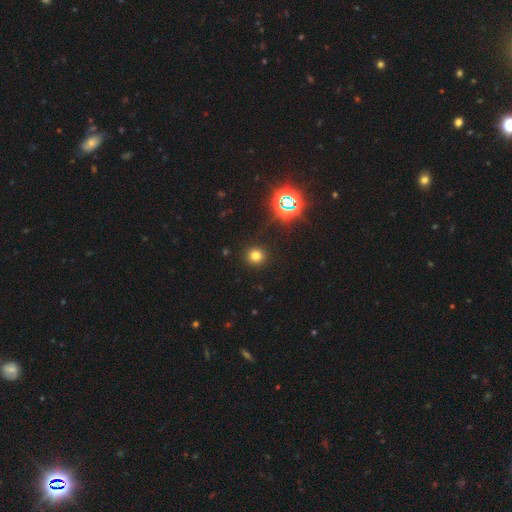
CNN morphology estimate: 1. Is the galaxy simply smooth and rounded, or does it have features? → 74% smooth, 20% star or artifact, 6% featured or disk.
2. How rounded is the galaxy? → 93% round, 6% in between, 1% cigar-shaped.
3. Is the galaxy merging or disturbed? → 92% none, 5% minor disturbance, 2% major disturbance, 1% merger.